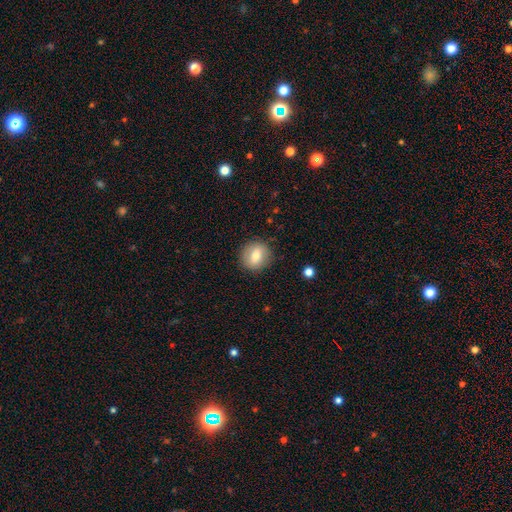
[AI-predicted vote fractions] Q: Smooth or featured?
A: smooth (74%); runner-up: featured or disk (17%)
Q: How rounded?
A: round (82%); runner-up: in between (17%)
Q: Merging?
A: none (87%); runner-up: minor disturbance (9%)